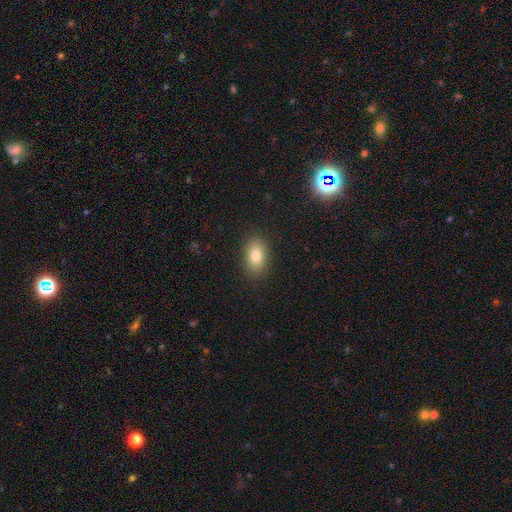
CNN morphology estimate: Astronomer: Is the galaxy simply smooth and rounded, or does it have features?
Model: smooth — 82%.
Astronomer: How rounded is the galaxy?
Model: in between — 88%.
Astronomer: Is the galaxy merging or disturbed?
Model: none — 87%.